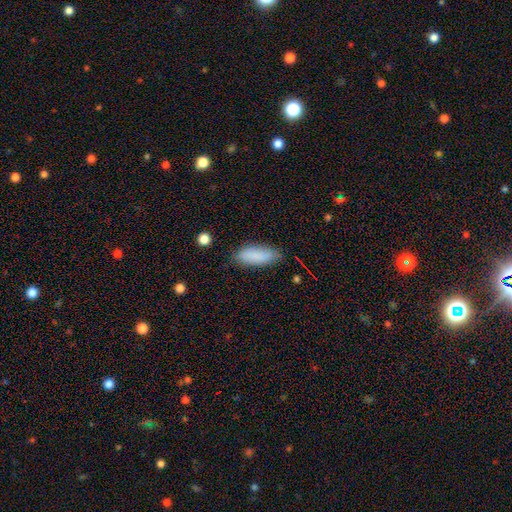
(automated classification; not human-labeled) This appears to be a smooth galaxy with no disk features (86%) that is in between round and cigar-shaped (70%). Merging: none (77%).